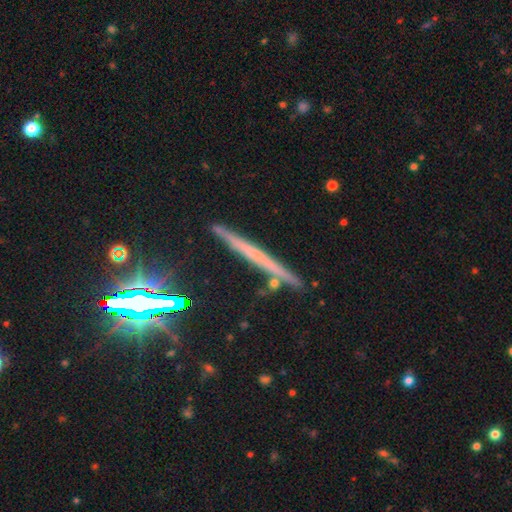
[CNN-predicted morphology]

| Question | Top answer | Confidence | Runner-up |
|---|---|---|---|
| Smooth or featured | featured or disk | 51% | smooth (26%) |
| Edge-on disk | yes | 92% | no (8%) |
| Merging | none | 81% | minor disturbance (12%) |